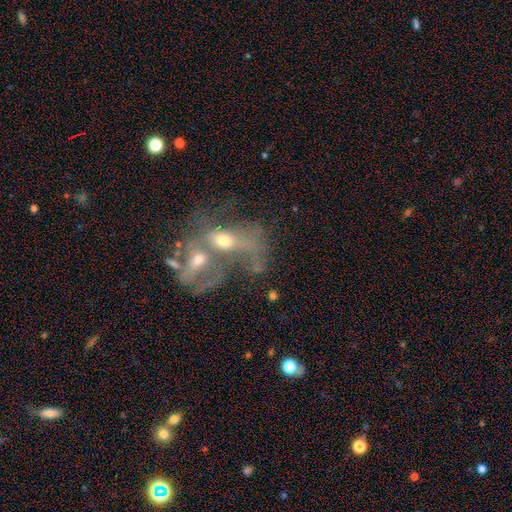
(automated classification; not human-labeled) Smooth or featured? featured or disk (60%)
Edge-on disk? no (93%)
Bar? no (68%)
Spiral arms? no (56%)
Bulge size? moderate (57%)
Merging? merger (75%)